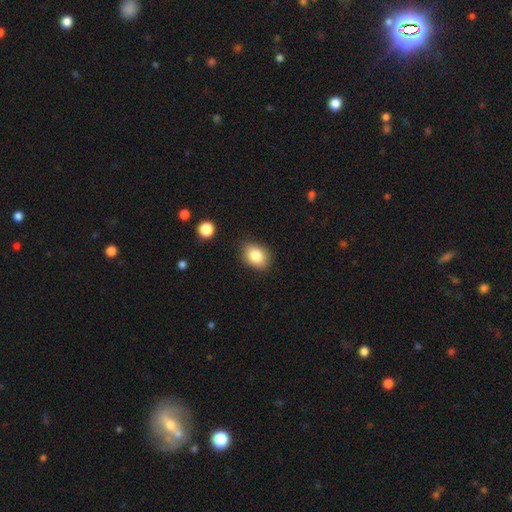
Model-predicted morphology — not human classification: A smooth galaxy with no disk features (83%) that is in between round and cigar-shaped (66%). Merging: none (85%).